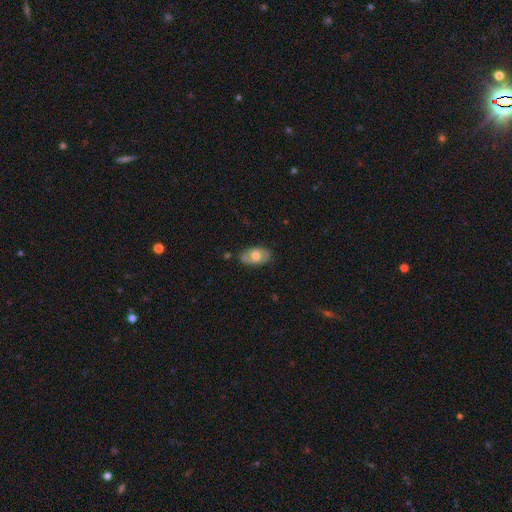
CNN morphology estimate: Q: Smooth or featured?
A: smooth (51%); runner-up: featured or disk (43%)
Q: How rounded?
A: in between (91%); runner-up: round (7%)
Q: Merging?
A: none (78%); runner-up: minor disturbance (17%)